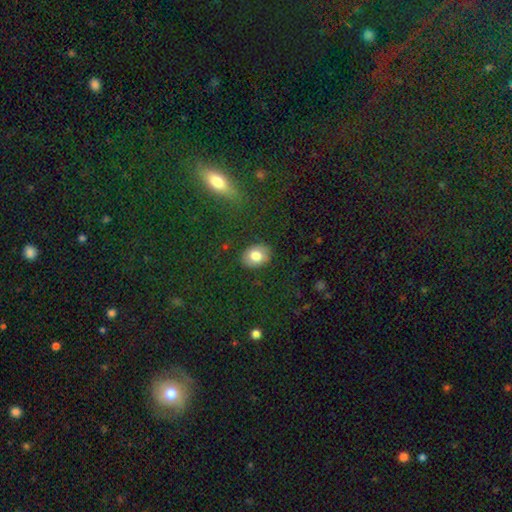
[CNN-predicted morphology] Smooth or featured?
  - smooth: 81% *
  - featured or disk: 10%
  - star or artifact: 9%
How rounded?
  - in between: 62% *
  - round: 37%
  - cigar-shaped: 1%
Merging?
  - none: 87% *
  - minor disturbance: 9%
  - major disturbance: 3%
  - merger: 1%